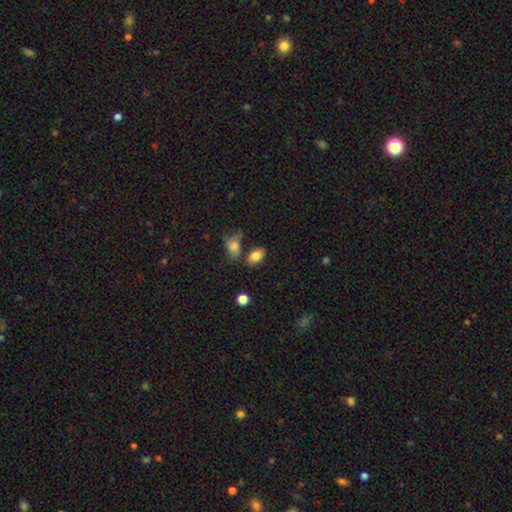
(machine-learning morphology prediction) Overall: smooth (83%). How rounded: in between (87%). Merging: none (72%).